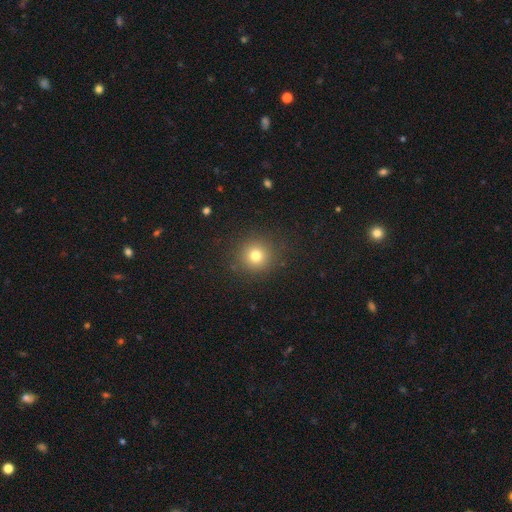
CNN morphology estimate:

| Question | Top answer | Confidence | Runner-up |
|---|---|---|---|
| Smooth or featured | smooth | 77% | star or artifact (15%) |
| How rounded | round | 93% | in between (6%) |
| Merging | none | 89% | minor disturbance (7%) |